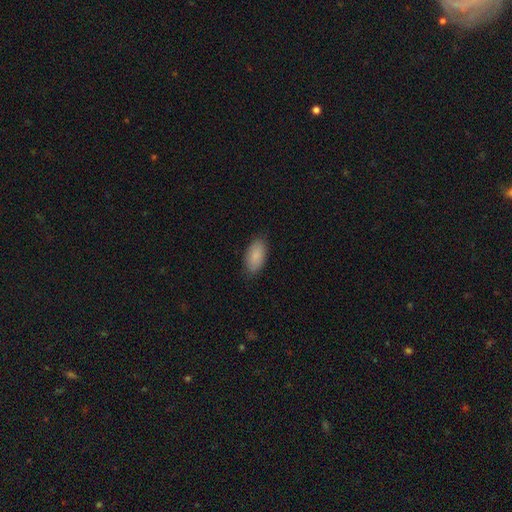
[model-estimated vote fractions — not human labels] Smooth or featured? Predicted: smooth (p=0.87). How rounded? Predicted: in between (p=0.93). Merging? Predicted: none (p=0.84).